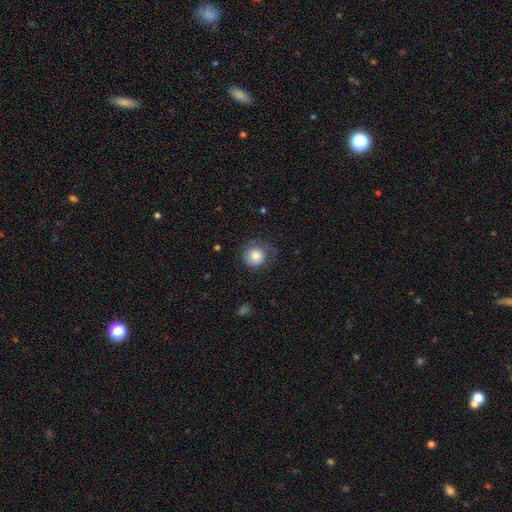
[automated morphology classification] Overall: smooth (76%). How rounded: round (89%). Merging: none (57%; minor disturbance 24%).